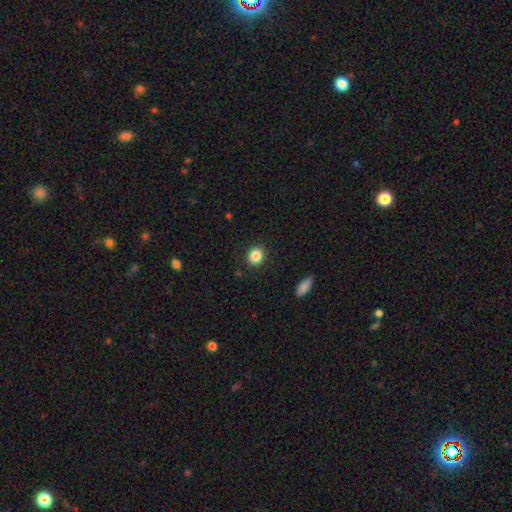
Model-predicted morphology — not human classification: This is clearly a smooth galaxy (86%). How rounded: likely round (72%). Merging: clearly none (90%).